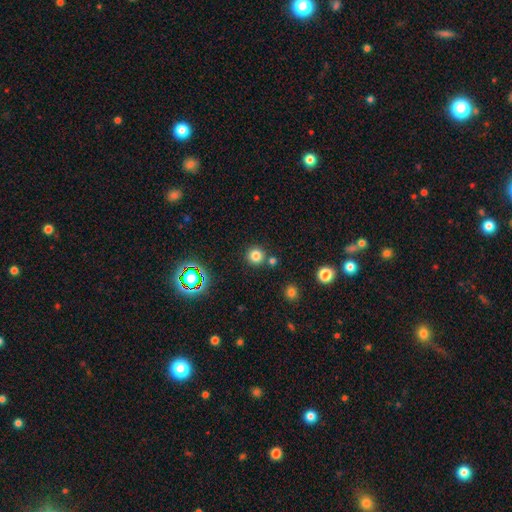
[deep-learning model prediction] smooth 78%, star or artifact 16%, featured or disk 6%. Down the decision tree: how rounded — round (94%); merging — none (82%).